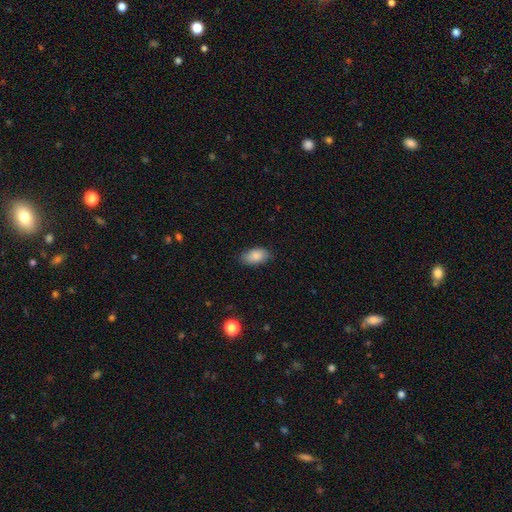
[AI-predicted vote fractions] The model was most divided on "merging": none: 82%, minor disturbance: 14%, major disturbance: 3%, merger: 1%. More confident: how rounded — in between (92%); smooth or featured — smooth (87%).